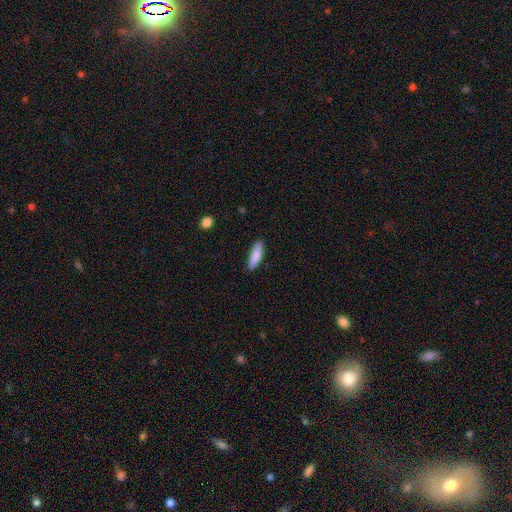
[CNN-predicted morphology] Overall: smooth (85%). How rounded: cigar-shaped (61%; in between 37%). Merging: none (88%).